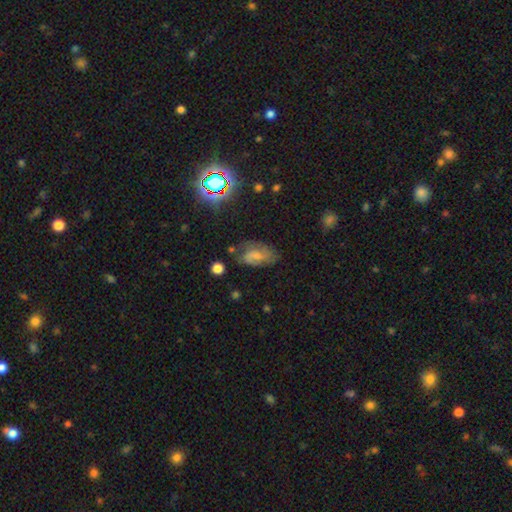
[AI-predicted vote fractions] A featured or disk galaxy (52%).

Vote fractions:
- Smooth or featured? featured or disk: 52% / smooth: 37% / star or artifact: 11%
- Edge-on disk? no: 95% / yes: 5%
- Merging? none: 57% / minor disturbance: 26% / major disturbance: 13% / merger: 4%